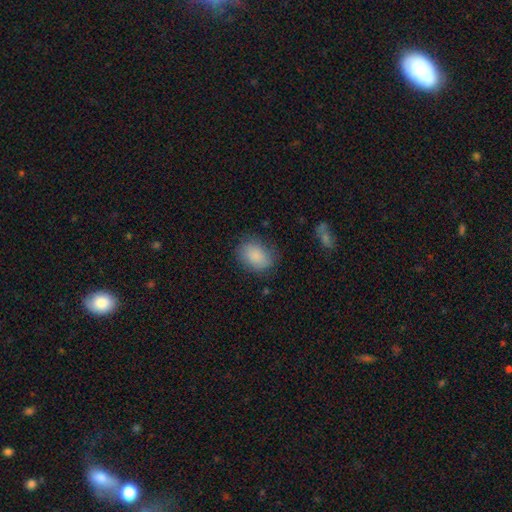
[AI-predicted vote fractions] A smooth galaxy with no disk features (86%) that is in between round and cigar-shaped (71%). Merging: none (76%).